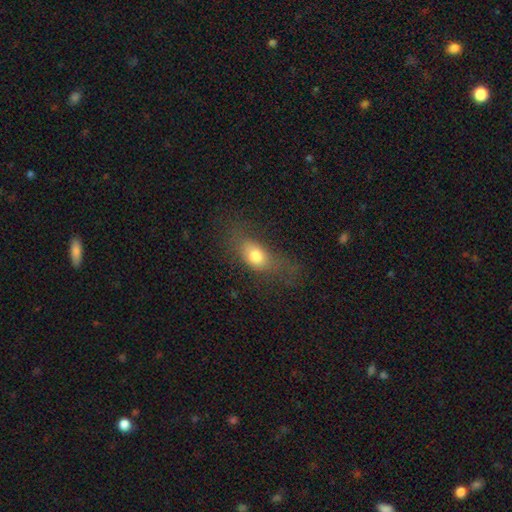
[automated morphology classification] Smooth or featured?
  - smooth: 74% *
  - featured or disk: 16%
  - star or artifact: 11%
How rounded?
  - in between: 73% *
  - round: 18%
  - cigar-shaped: 10%
Merging?
  - none: 50% *
  - minor disturbance: 24%
  - major disturbance: 23%
  - merger: 2%